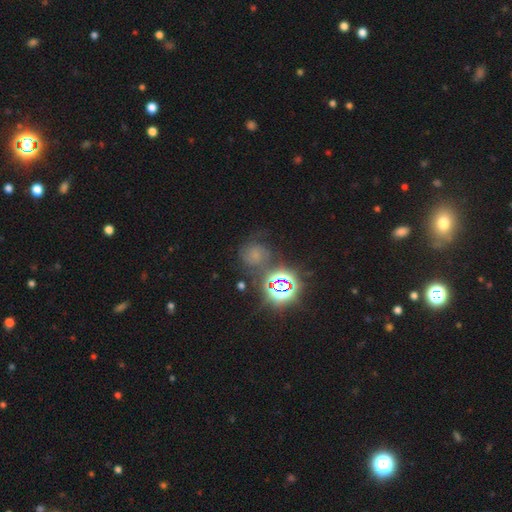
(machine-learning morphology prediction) smooth-or-featured: star or artifact: 45% | smooth: 33% | featured or disk: 23%